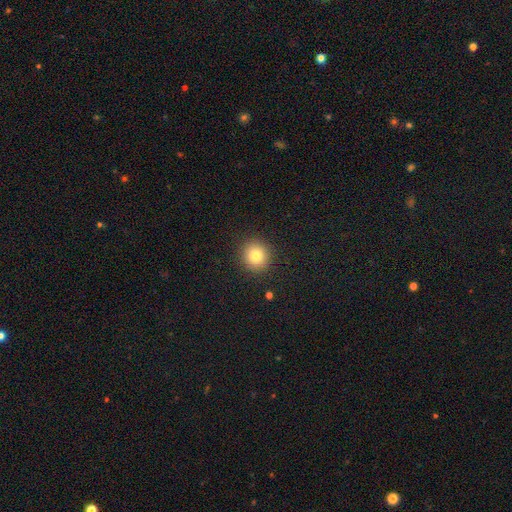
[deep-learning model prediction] Overall: smooth (80%). How rounded: round (90%). Merging: none (91%).